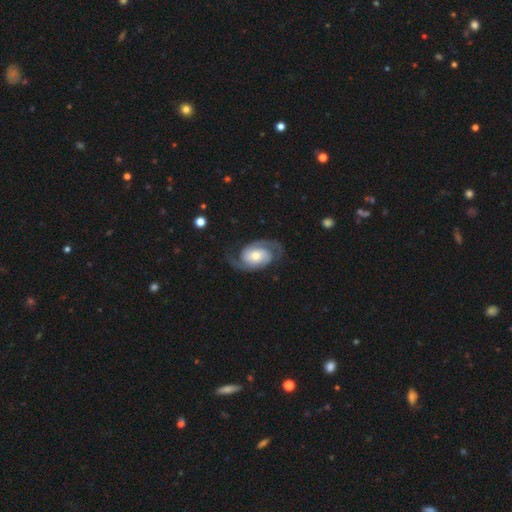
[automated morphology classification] Smooth or featured: featured or disk — 87% (smooth — 8%)
Edge-on disk: no — 97% (yes — 3%)
Bar: no — 58% (weak — 30%)
Spiral arms: yes — 97% (no — 3%)
Spiral winding: medium — 48% (tight — 33%)
Spiral arm count: 2 — 92% (can't tell — 3%)
Bulge size: moderate — 55% (small — 33%)
Merging: none — 76% (minor disturbance — 14%)